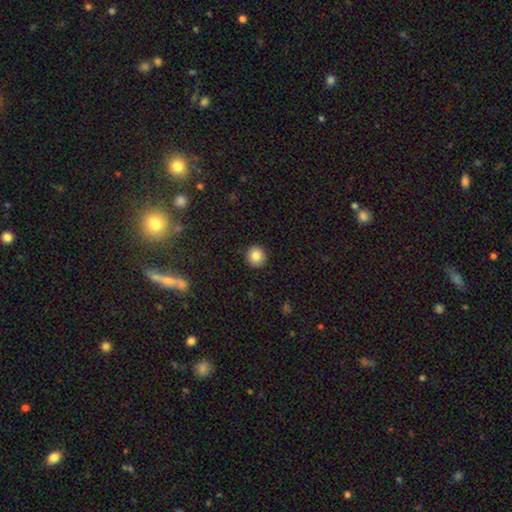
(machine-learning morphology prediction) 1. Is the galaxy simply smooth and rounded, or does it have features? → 85% smooth, 9% star or artifact, 6% featured or disk.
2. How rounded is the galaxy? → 92% round, 7% in between, 1% cigar-shaped.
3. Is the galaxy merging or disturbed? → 92% none, 5% minor disturbance, 2% major disturbance, 1% merger.